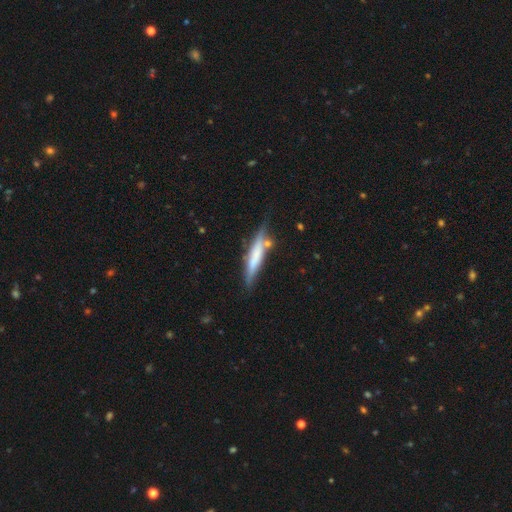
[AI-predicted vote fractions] Smooth or featured: smooth — 54% (featured or disk — 40%)
How rounded: cigar-shaped — 86% (in between — 12%)
Merging: none — 67% (minor disturbance — 20%)